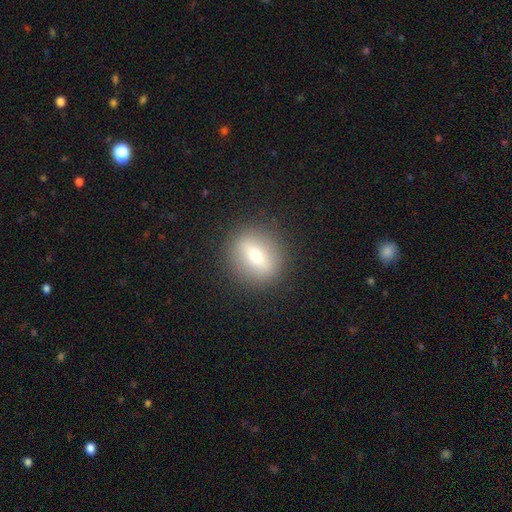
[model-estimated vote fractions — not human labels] smooth_or_featured: smooth (p=0.59) [alt: featured or disk p=0.31]
how_rounded: round (p=0.65) [alt: in between p=0.31]
merging: none (p=0.88) [alt: minor disturbance p=0.08]